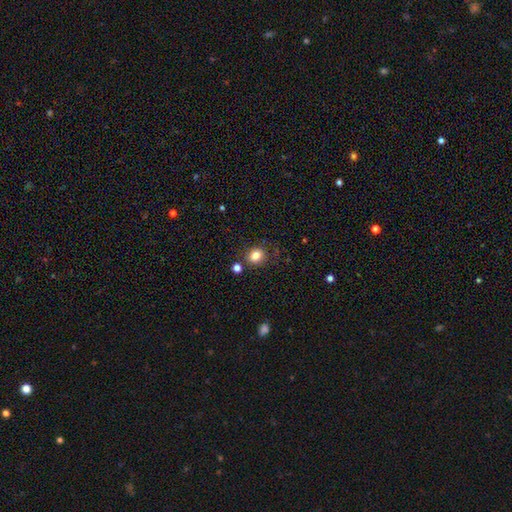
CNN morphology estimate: Smooth or featured: smooth — 82% (star or artifact — 12%)
How rounded: round — 70% (in between — 29%)
Merging: none — 77% (minor disturbance — 12%)